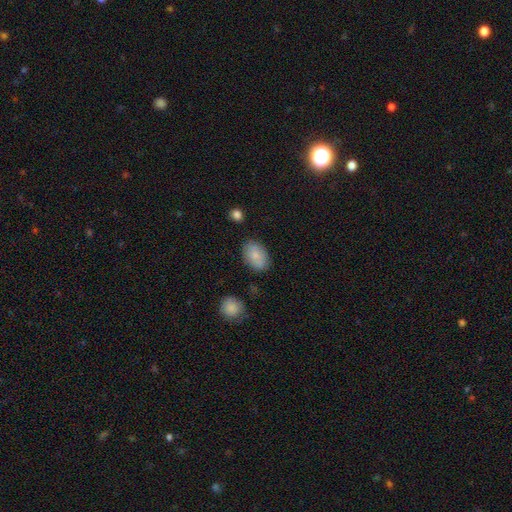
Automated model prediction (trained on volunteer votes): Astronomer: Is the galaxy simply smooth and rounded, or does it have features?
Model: smooth — 79%.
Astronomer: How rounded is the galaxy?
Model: in between — 84%.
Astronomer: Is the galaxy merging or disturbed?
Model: none — 80%.